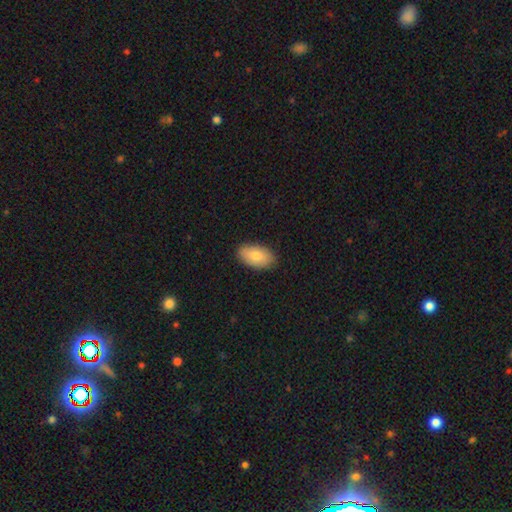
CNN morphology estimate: type=smooth (80%); roundness=in between (94%); merging=none (88%).